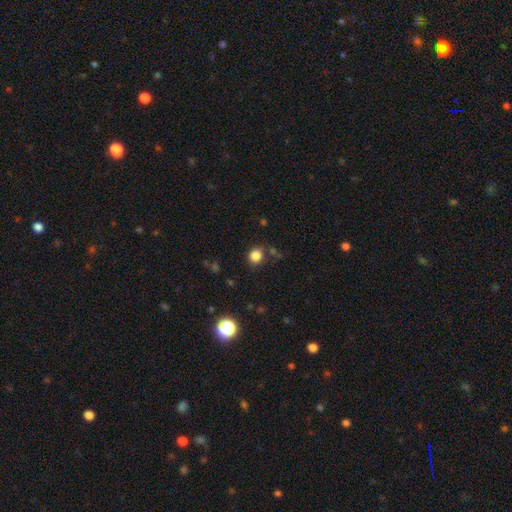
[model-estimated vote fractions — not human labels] This is clearly a smooth galaxy (82%). How rounded: clearly round (81%). Merging: clearly none (82%).